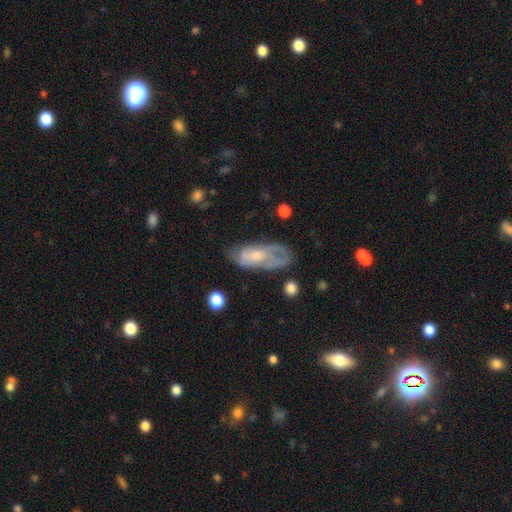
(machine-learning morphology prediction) A featured or disk galaxy (56%). Merging: none (50%).